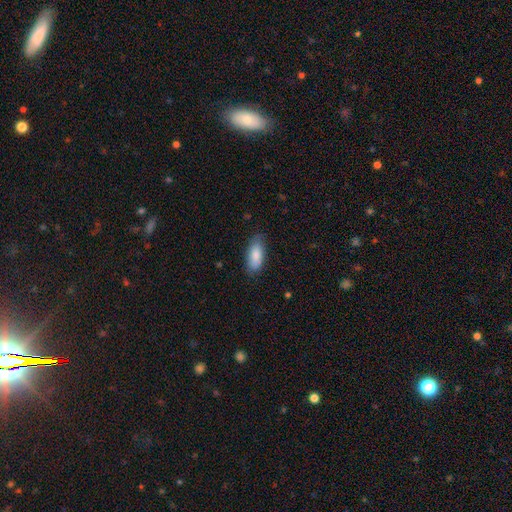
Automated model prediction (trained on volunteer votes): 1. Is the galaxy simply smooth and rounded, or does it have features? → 85% smooth, 9% featured or disk, 6% star or artifact.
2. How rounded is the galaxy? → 83% in between, 15% cigar-shaped, 2% round.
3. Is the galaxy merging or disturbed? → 78% none, 18% minor disturbance, 3% major disturbance, 1% merger.